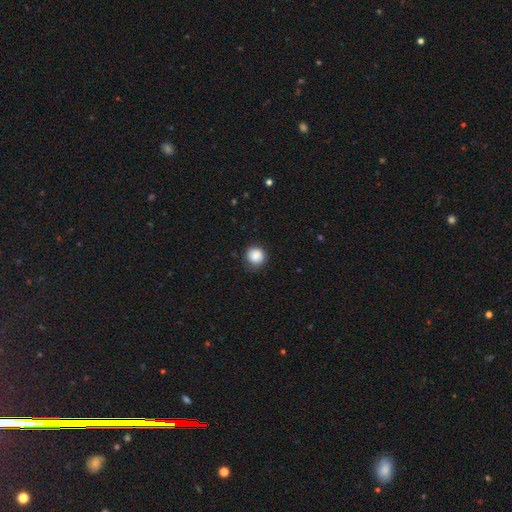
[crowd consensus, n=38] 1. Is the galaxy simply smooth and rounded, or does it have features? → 95% smooth, 3% featured or disk, 3% star or artifact.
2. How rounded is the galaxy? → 89% round, 11% in between, 0% cigar-shaped.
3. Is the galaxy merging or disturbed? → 70% none, 22% minor disturbance, 8% major disturbance, 0% merger.